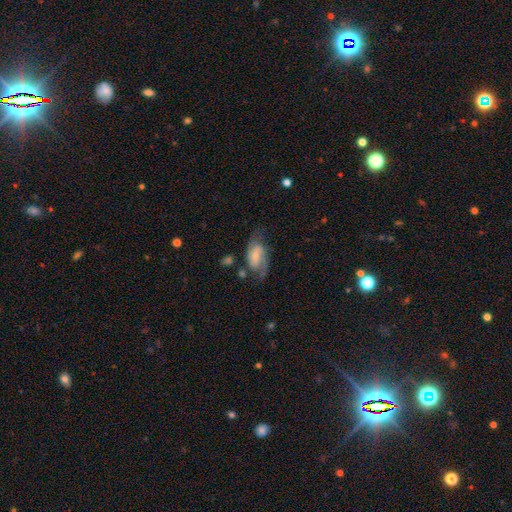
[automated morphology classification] Overall: featured or disk (65%; smooth 27%). Edge-on disk: no (96%). Bar: weak (46%; no 31%). Spiral arms: yes (90%). Spiral arm count: 2 (83%). Spiral winding: medium (48%; loose 31%). Bulge size: small (38%; none 31%). Merging: none (55%; minor disturbance 23%).